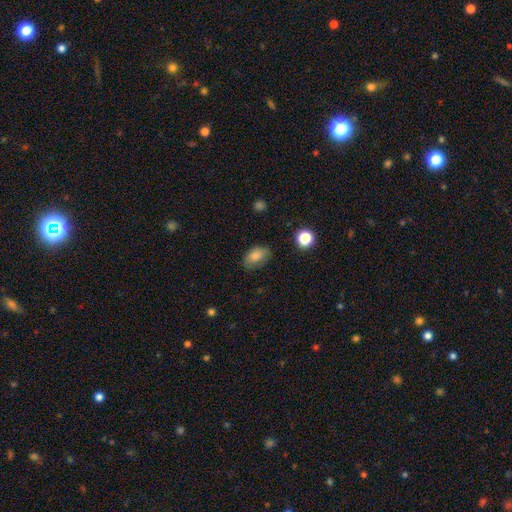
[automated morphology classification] type=smooth (82%); roundness=in between (88%); merging=none (73%).